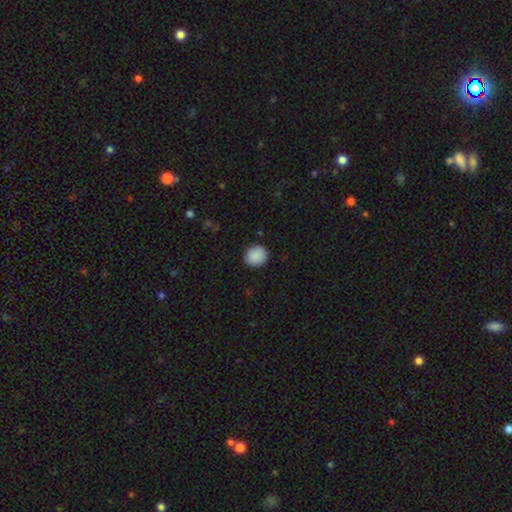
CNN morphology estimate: Smooth or featured?
  - smooth: 90% *
  - star or artifact: 7%
  - featured or disk: 3%
How rounded?
  - round: 88% *
  - in between: 11%
  - cigar-shaped: 1%
Merging?
  - none: 90% *
  - minor disturbance: 7%
  - major disturbance: 2%
  - merger: 1%